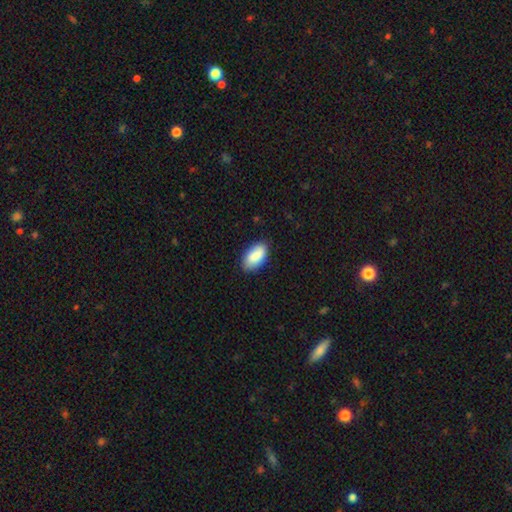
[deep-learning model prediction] The model was most divided on "merging": none: 82%, minor disturbance: 14%, major disturbance: 2%, merger: 1%. More confident: how rounded — in between (94%); smooth or featured — smooth (88%).